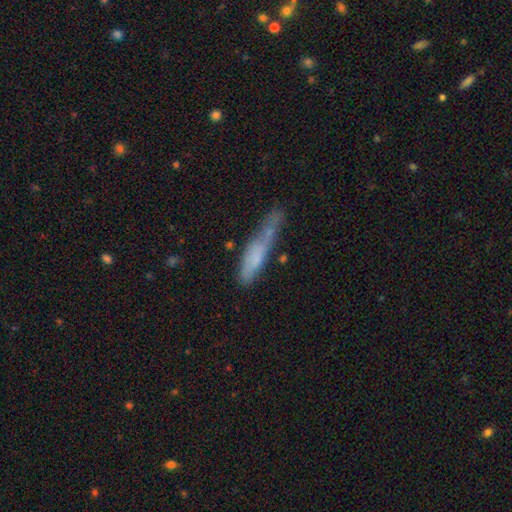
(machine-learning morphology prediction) Smooth or featured?
  - smooth: 64% *
  - featured or disk: 28%
  - star or artifact: 8%
How rounded?
  - cigar-shaped: 84% *
  - in between: 14%
  - round: 2%
Merging?
  - none: 45% *
  - minor disturbance: 28%
  - major disturbance: 15%
  - merger: 12%